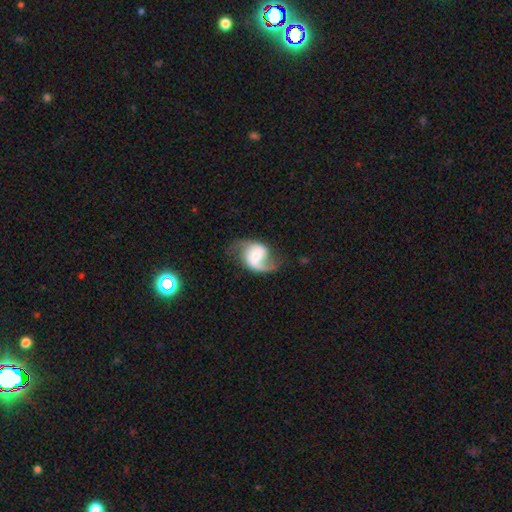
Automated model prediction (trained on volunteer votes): The model was most divided on "bulge size": moderate: 40%, small: 39%, large: 11%, none: 7%, dominant: 3%. Remaining: edge-on disk — no (98%); spiral arms — yes (94%); smooth or featured — featured or disk (78%); spiral arm count — 2 (69%); merging — none (56%); spiral winding — loose (54%); bar — weak (43%).